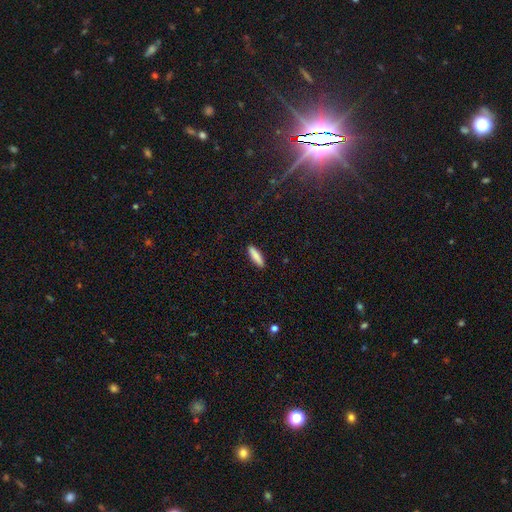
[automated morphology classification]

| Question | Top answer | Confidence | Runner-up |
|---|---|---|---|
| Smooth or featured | smooth | 87% | featured or disk (7%) |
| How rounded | cigar-shaped | 69% | in between (29%) |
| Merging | none | 91% | minor disturbance (7%) |